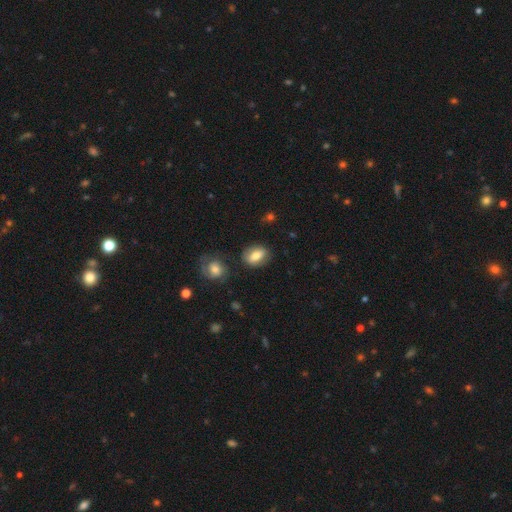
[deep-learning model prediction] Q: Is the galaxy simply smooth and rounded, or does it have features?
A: smooth — 75%.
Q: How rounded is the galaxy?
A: in between — 79%.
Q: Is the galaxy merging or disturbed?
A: none — 78%.